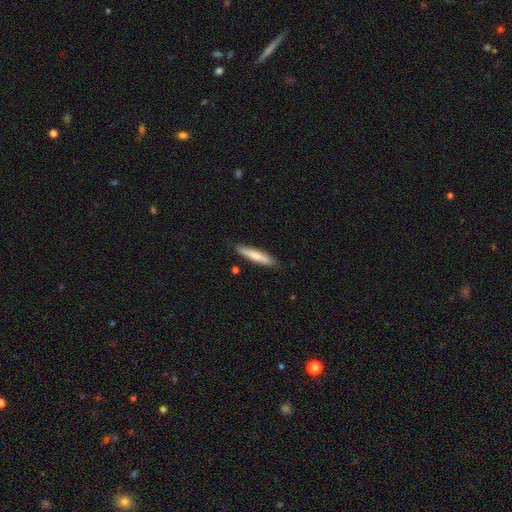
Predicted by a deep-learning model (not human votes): smooth_or_featured: smooth (p=0.74) [alt: featured or disk p=0.20]
how_rounded: cigar-shaped (p=0.88) [alt: in between p=0.10]
merging: none (p=0.87) [alt: minor disturbance p=0.10]